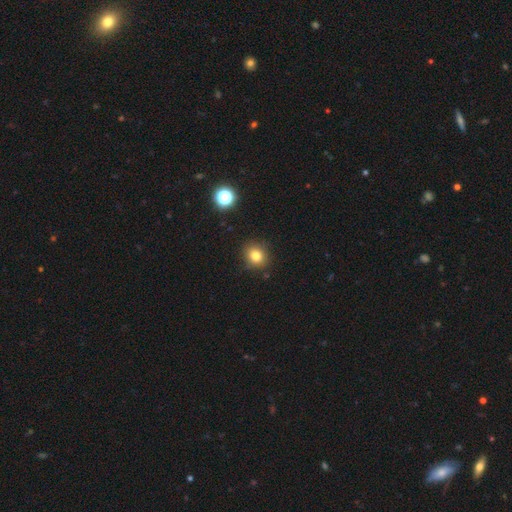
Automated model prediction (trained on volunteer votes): Q: Smooth or featured?
A: smooth (80%); runner-up: star or artifact (14%)
Q: How rounded?
A: round (80%); runner-up: in between (19%)
Q: Merging?
A: none (89%); runner-up: minor disturbance (8%)